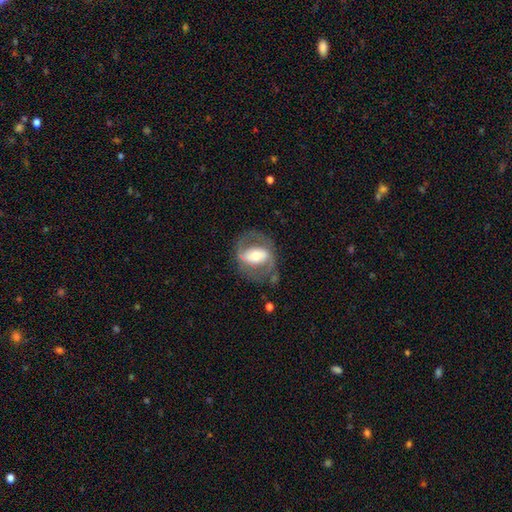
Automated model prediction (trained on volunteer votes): Overall: featured or disk (74%). Edge-on disk: no (95%). Bar: strong (37%; weak 32%). Spiral arms: yes (72%). Spiral arm count: 2 (85%). Spiral winding: medium (50%; tight 27%). Bulge size: moderate (59%; small 20%). Merging: none (69%).